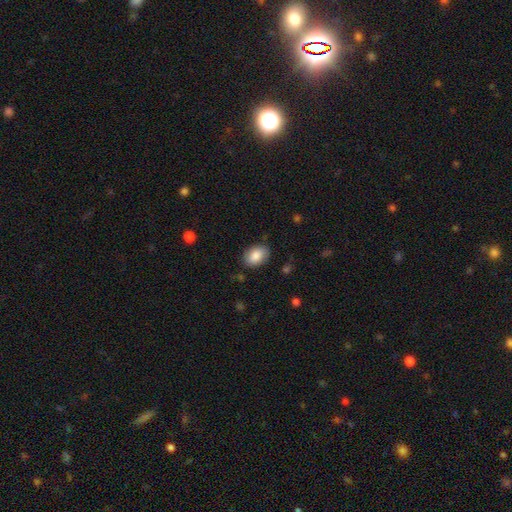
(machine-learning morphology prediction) Smooth or featured? smooth (86%)
How rounded? in between (83%)
Merging? none (83%)